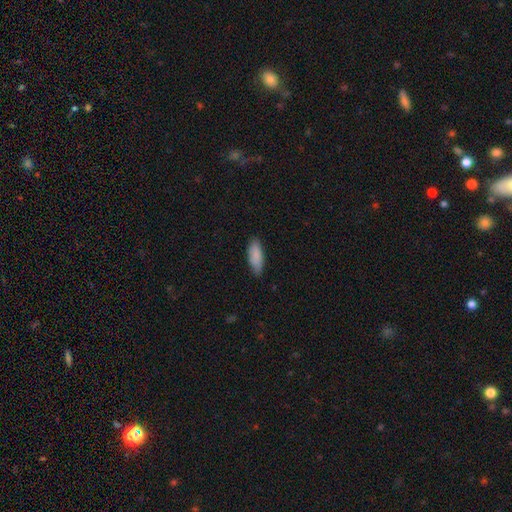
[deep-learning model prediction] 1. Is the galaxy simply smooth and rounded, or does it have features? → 87% smooth, 7% featured or disk, 6% star or artifact.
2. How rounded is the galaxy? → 70% in between, 28% cigar-shaped, 2% round.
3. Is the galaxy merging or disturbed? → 79% none, 17% minor disturbance, 3% major disturbance, 1% merger.